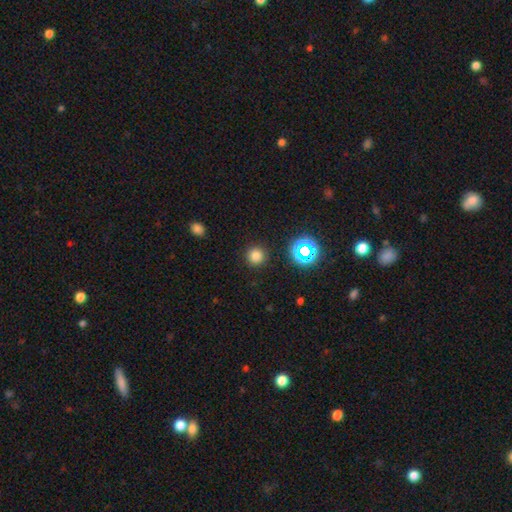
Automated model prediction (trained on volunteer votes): smooth_or_featured: smooth (p=0.76) [alt: star or artifact p=0.18]
how_rounded: round (p=0.95) [alt: in between p=0.04]
merging: none (p=0.90) [alt: minor disturbance p=0.06]